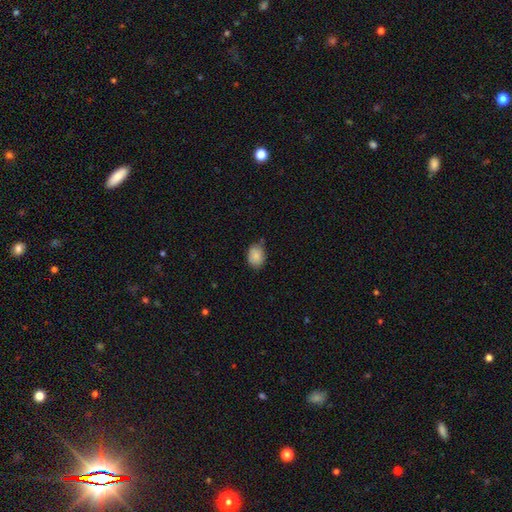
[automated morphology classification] A smooth galaxy with no disk features (85%) that is in between round and cigar-shaped (61%).

Vote fractions:
- Smooth or featured? smooth: 85% / star or artifact: 8% / featured or disk: 7%
- How rounded? in between: 61% / round: 38% / cigar-shaped: 1%
- Merging? none: 64% / minor disturbance: 29% / major disturbance: 4% / merger: 3%